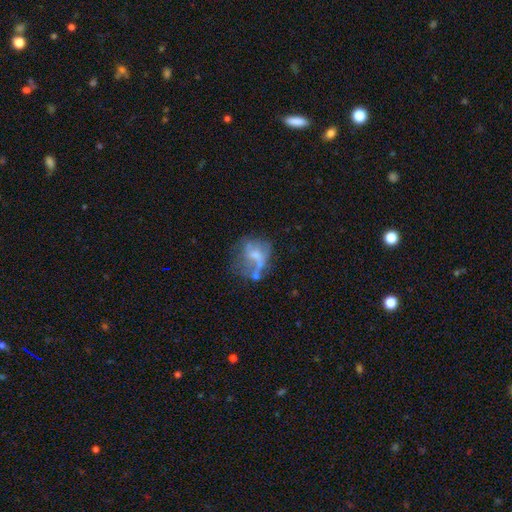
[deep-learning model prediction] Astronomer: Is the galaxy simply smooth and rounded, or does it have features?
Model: featured or disk — 51% (runner-up: smooth, 36%).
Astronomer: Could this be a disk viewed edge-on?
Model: no — 97%.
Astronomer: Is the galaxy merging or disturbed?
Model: major disturbance — 33% (runner-up: none, 30%).